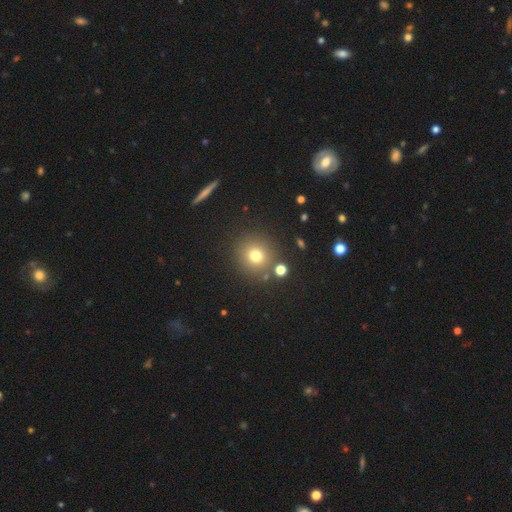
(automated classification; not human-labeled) Overall: smooth (74%). How rounded: round (90%). Merging: none (83%).